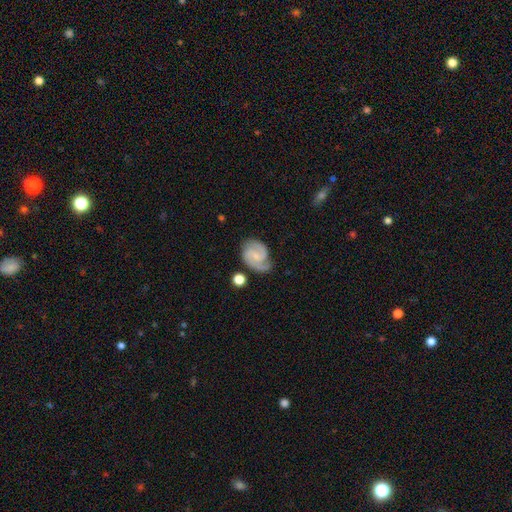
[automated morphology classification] Q: Smooth or featured?
A: featured or disk (81%); runner-up: smooth (14%)
Q: Edge-on disk?
A: no (98%); runner-up: yes (2%)
Q: Bar?
A: no (48%); runner-up: weak (44%)
Q: Spiral arms?
A: yes (97%); runner-up: no (3%)
Q: Spiral winding?
A: medium (49%); runner-up: tight (38%)
Q: Spiral arm count?
A: 2 (80%); runner-up: 1 (6%)
Q: Bulge size?
A: small (60%); runner-up: moderate (19%)
Q: Merging?
A: none (67%); runner-up: minor disturbance (22%)